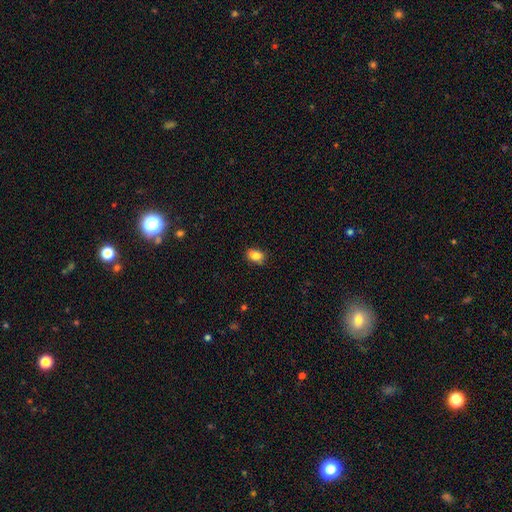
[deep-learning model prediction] smooth_or_featured: smooth (p=0.85) [alt: star or artifact p=0.09]
how_rounded: in between (p=0.75) [alt: round p=0.24]
merging: none (p=0.82) [alt: minor disturbance p=0.14]